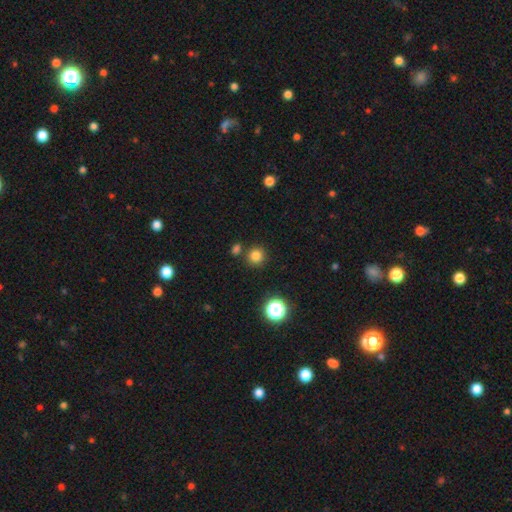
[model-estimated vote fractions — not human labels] smooth_or_featured: smooth (p=0.81) [alt: star or artifact p=0.15]
how_rounded: round (p=0.91) [alt: in between p=0.08]
merging: none (p=0.80) [alt: merger p=0.09]